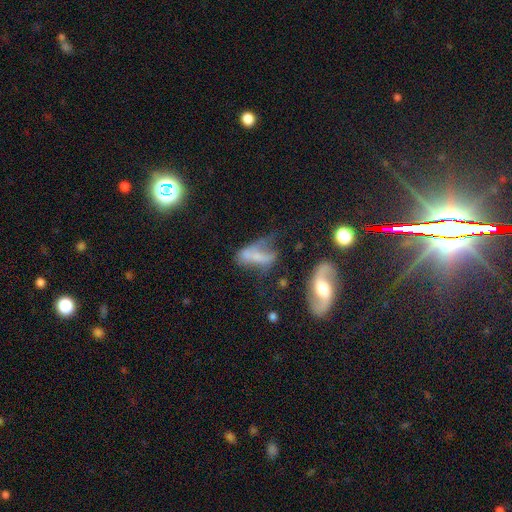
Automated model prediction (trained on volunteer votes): The model was most divided on "smooth or featured": featured or disk: 44%, smooth: 42%, star or artifact: 14%. Remaining: merging — major disturbance (30%).